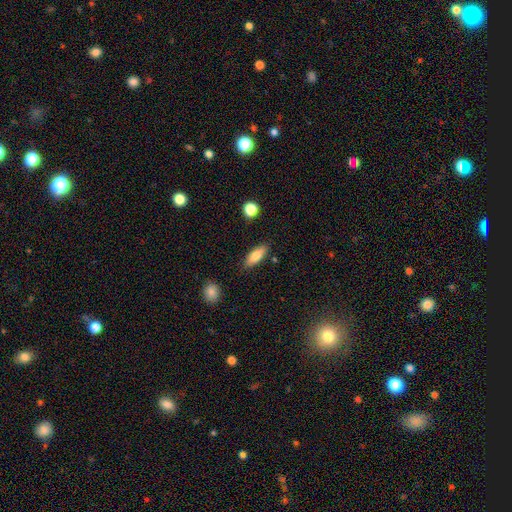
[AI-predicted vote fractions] Morphology: type=smooth (77%); roundness=in between (63%); merging=none (85%).